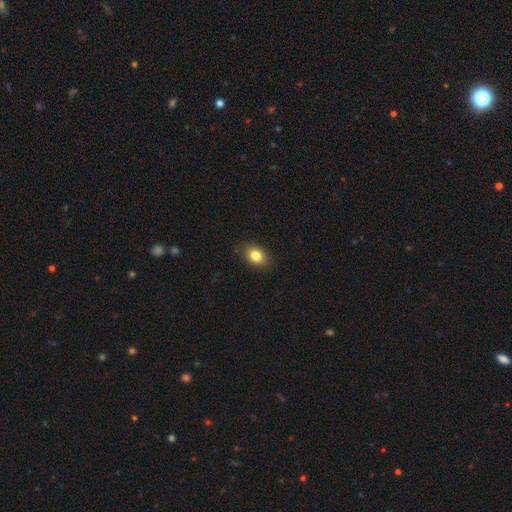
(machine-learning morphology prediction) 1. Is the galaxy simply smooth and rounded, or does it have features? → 83% smooth, 9% star or artifact, 8% featured or disk.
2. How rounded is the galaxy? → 72% in between, 26% round, 1% cigar-shaped.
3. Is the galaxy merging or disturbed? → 85% none, 12% minor disturbance, 3% major disturbance, 1% merger.